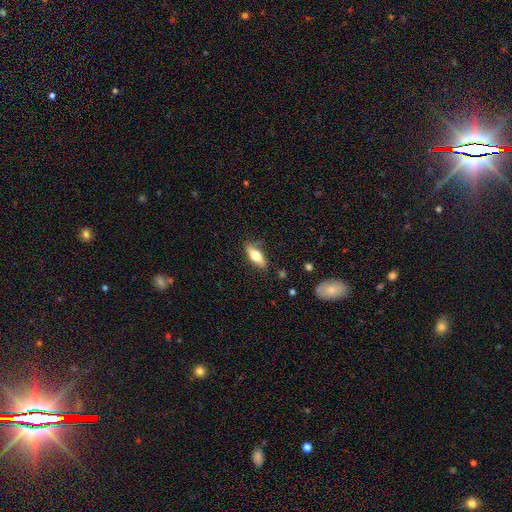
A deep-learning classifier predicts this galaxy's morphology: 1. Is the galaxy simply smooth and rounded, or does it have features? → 64% smooth, 30% featured or disk, 6% star or artifact.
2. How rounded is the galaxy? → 64% in between, 33% cigar-shaped, 3% round.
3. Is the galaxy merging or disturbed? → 81% none, 14% minor disturbance, 3% major disturbance, 2% merger.